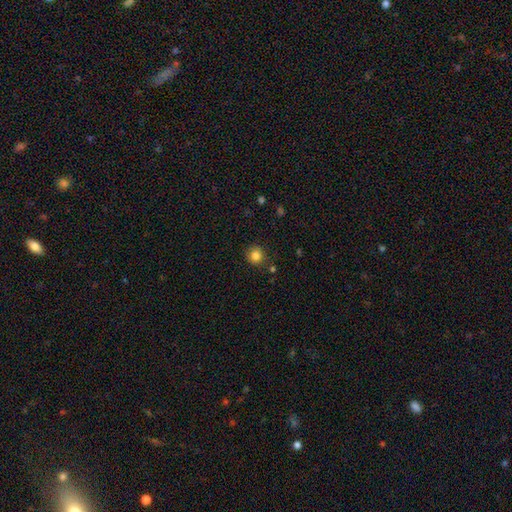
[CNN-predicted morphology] This appears to be a smooth galaxy with no disk features (84%) that is round (91%). Merging: none (86%).